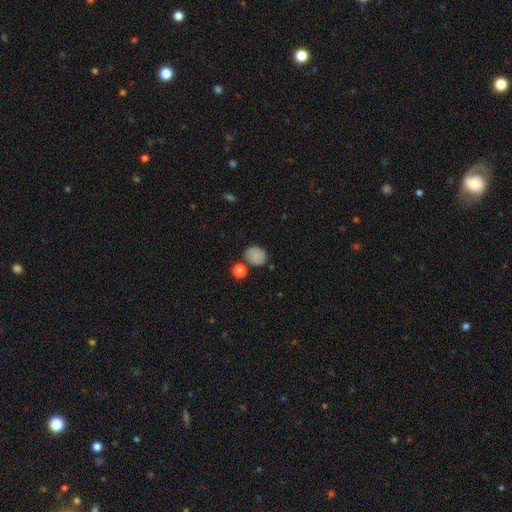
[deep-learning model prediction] A smooth galaxy with no disk features (81%) that is round (64%).

Vote fractions:
- Smooth or featured? smooth: 81% / star or artifact: 11% / featured or disk: 9%
- How rounded? round: 64% / in between: 35% / cigar-shaped: 1%
- Merging? none: 70% / minor disturbance: 17% / merger: 9% / major disturbance: 5%